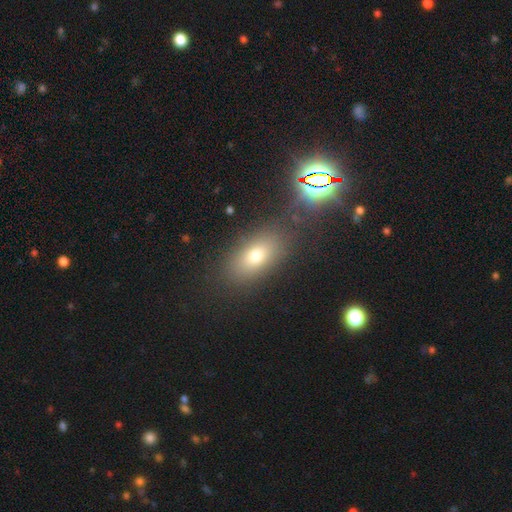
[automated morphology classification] This is likely a smooth galaxy (66%). How rounded: clearly in between (81%). Merging: clearly none (81%).